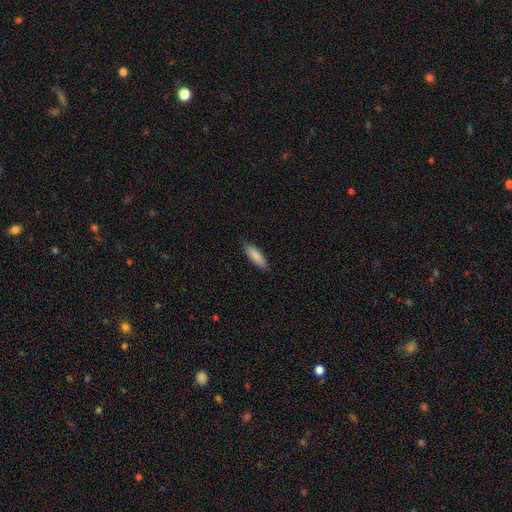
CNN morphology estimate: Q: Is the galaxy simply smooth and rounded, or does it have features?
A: smooth — 87%.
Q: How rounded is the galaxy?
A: cigar-shaped — 50%.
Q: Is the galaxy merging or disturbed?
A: none — 88%.